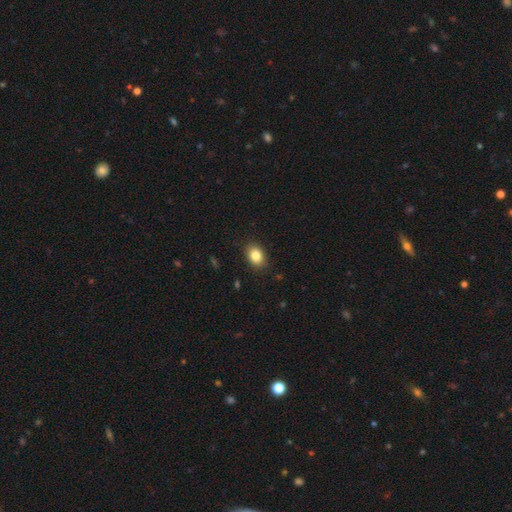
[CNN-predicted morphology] Smooth or featured? smooth (84%)
How rounded? in between (75%)
Merging? none (88%)